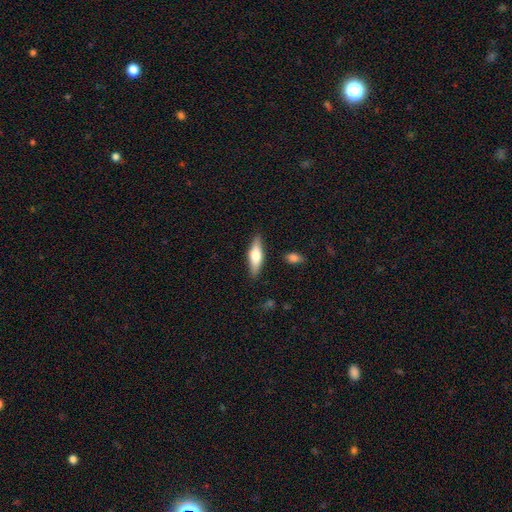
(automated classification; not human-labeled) A smooth galaxy with no disk features (55%) that is cigar-shaped (50%). Merging: none (85%).